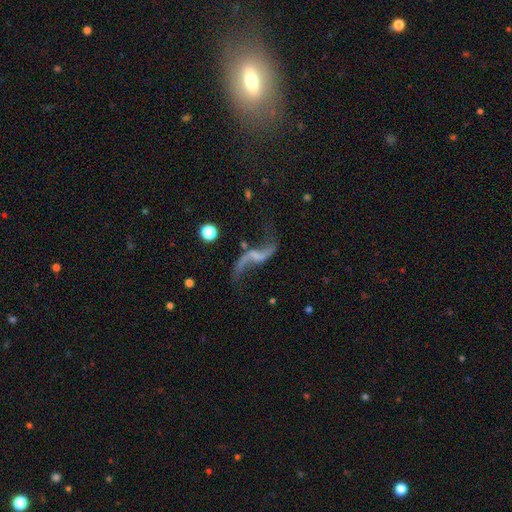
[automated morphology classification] A featured or disk galaxy (85%) with no bar (46%), 2 (92%) loose (95%) spiral arms (93%) and no central bulge (56%).

Vote fractions:
- Smooth or featured? featured or disk: 85% / star or artifact: 8% / smooth: 7%
- Edge-on disk? no: 94% / yes: 6%
- Bar? no: 46% / weak: 34% / strong: 20%
- Spiral arms? yes: 93% / no: 7%
- Spiral winding? loose: 95% / medium: 4% / tight: 2%
- Spiral arm count? 2: 92% / 1: 3% / can't tell: 1% / 3: 1% / 4: 1% / more than 4: 1%
- Bulge size? none: 56% / small: 31% / moderate: 10% / large: 2% / dominant: 1%
- Merging? none: 63% / minor disturbance: 16% / major disturbance: 15% / merger: 6%